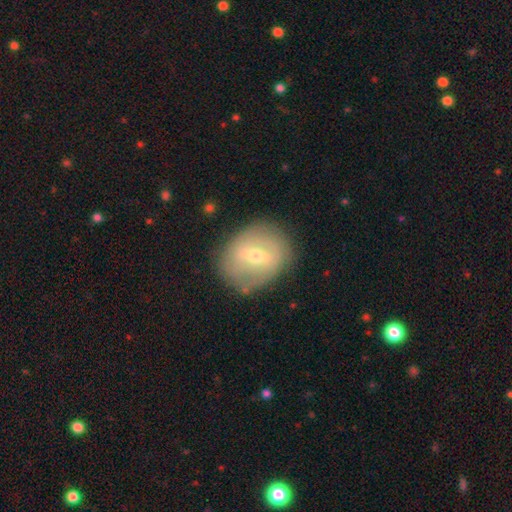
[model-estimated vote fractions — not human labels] smooth_or_featured: featured or disk (p=0.58) [alt: smooth p=0.34]
disk_edge_on: no (p=0.94) [alt: yes p=0.06]
bar: weak (p=0.51) [alt: strong p=0.29]
has_spiral_arms: yes (p=0.51) [alt: no p=0.49]
bulge_size: moderate (p=0.48) [tied with: small p=0.48]
merging: none (p=0.77) [alt: minor disturbance p=0.16]